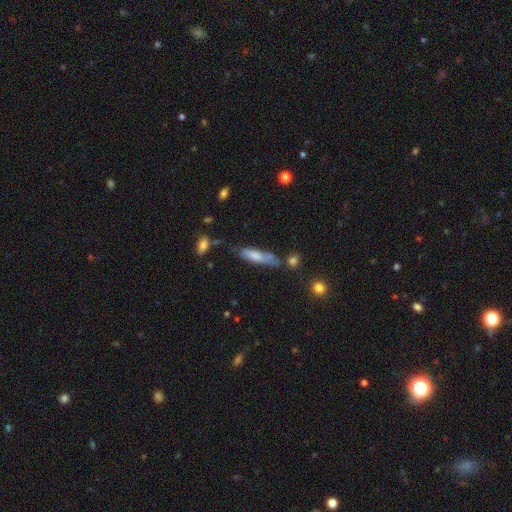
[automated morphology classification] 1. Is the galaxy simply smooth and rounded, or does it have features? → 68% smooth, 25% featured or disk, 7% star or artifact.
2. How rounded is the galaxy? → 61% cigar-shaped, 37% in between, 2% round.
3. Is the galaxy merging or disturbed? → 44% none, 28% minor disturbance, 16% merger, 12% major disturbance.